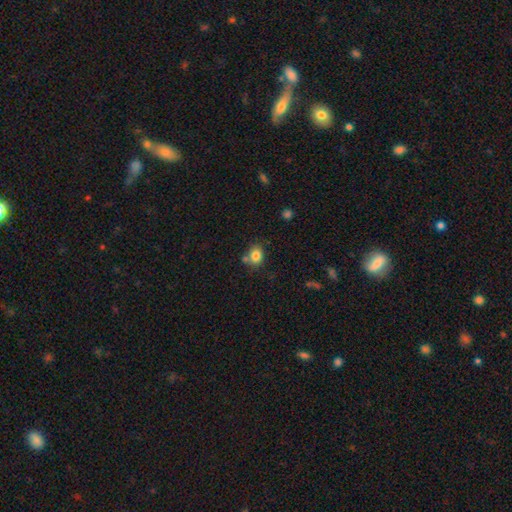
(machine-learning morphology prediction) smooth-or-featured: smooth: 82% | star or artifact: 10% | featured or disk: 8%
  how-rounded: round: 54% | in between: 45% | cigar-shaped: 1%
  merging: none: 66% | merger: 16% | minor disturbance: 14% | major disturbance: 4%